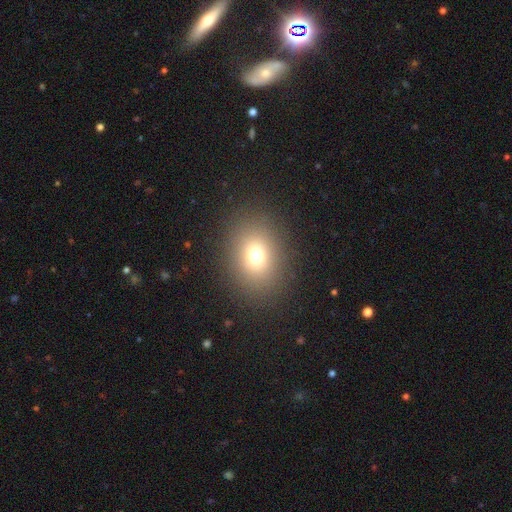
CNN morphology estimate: smooth-or-featured: smooth: 72% | star or artifact: 17% | featured or disk: 11%
  how-rounded: in between: 51% | round: 48% | cigar-shaped: 1%
  merging: none: 87% | minor disturbance: 7% | major disturbance: 5% | merger: 1%